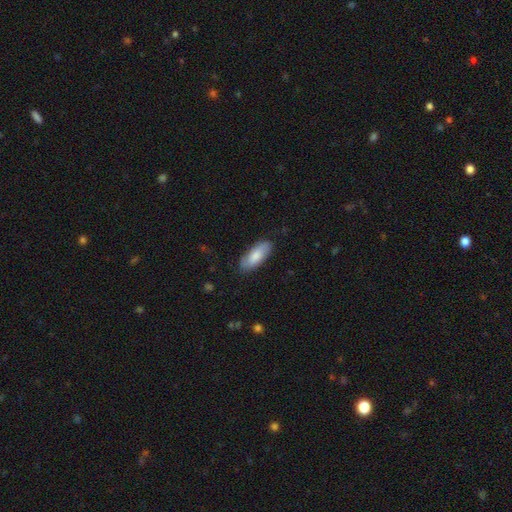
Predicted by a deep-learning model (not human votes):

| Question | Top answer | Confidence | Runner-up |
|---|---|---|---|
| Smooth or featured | smooth | 76% | featured or disk (19%) |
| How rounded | in between | 81% | cigar-shaped (17%) |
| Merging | none | 81% | minor disturbance (15%) |